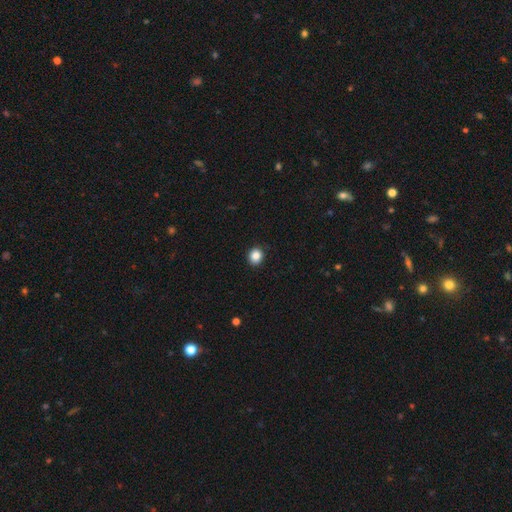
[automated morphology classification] Smooth or featured: smooth — 86% (star or artifact — 10%)
How rounded: round — 81% (in between — 18%)
Merging: none — 91% (minor disturbance — 6%)